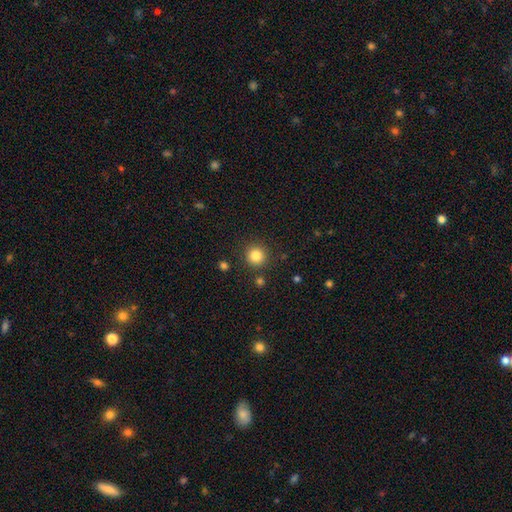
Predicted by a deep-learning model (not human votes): smooth-or-featured: smooth: 84% | star or artifact: 11% | featured or disk: 5%
  how-rounded: round: 94% | in between: 5% | cigar-shaped: 1%
  merging: none: 88% | minor disturbance: 6% | merger: 3% | major disturbance: 3%